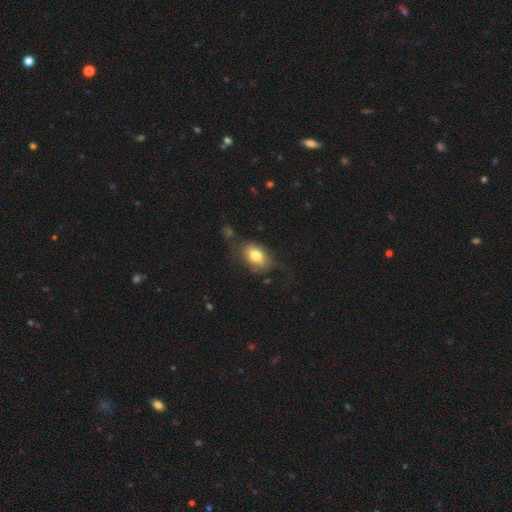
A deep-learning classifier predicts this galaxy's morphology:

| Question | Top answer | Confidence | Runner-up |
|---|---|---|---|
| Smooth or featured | smooth | 74% | featured or disk (18%) |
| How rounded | in between | 83% | round (15%) |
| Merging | none | 56% | minor disturbance (25%) |